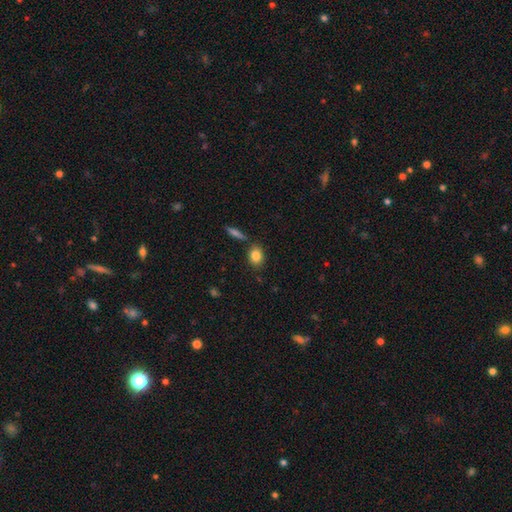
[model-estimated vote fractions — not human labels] Q: Smooth or featured?
A: smooth (84%); runner-up: star or artifact (8%)
Q: How rounded?
A: in between (57%); runner-up: round (40%)
Q: Merging?
A: none (78%); runner-up: minor disturbance (12%)